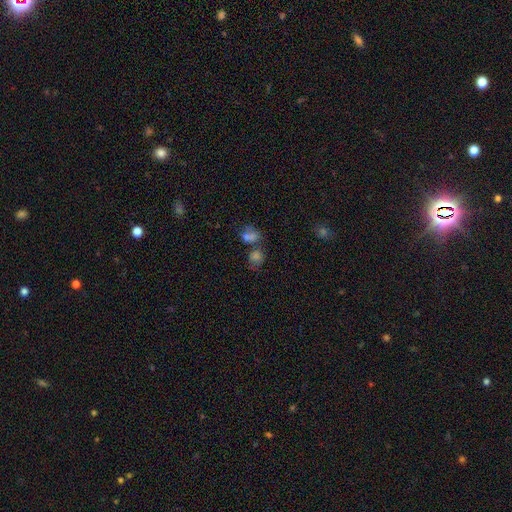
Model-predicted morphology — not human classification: This is possibly a smooth galaxy (53%). How rounded: likely round (61%). Merging: possibly none (50%).